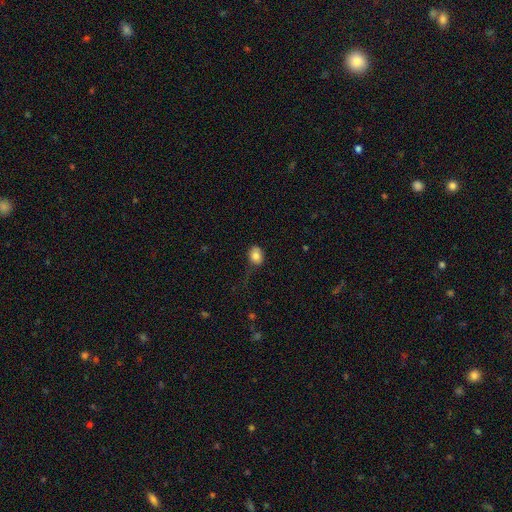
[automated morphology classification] The model was most divided on "how rounded": in between: 53%, round: 46%, cigar-shaped: 1%. More confident: smooth or featured — smooth (82%); merging — none (54%).